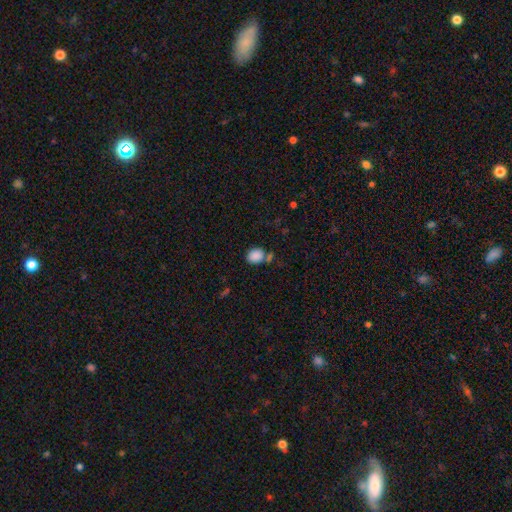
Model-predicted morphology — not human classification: A smooth galaxy with no disk features (87%) that is round (57%). Merging: none (66%).